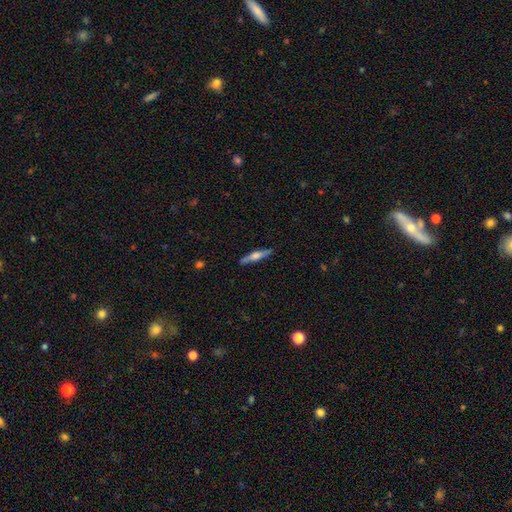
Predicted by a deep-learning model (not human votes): A featured or disk galaxy (48%). Merging: none (86%).